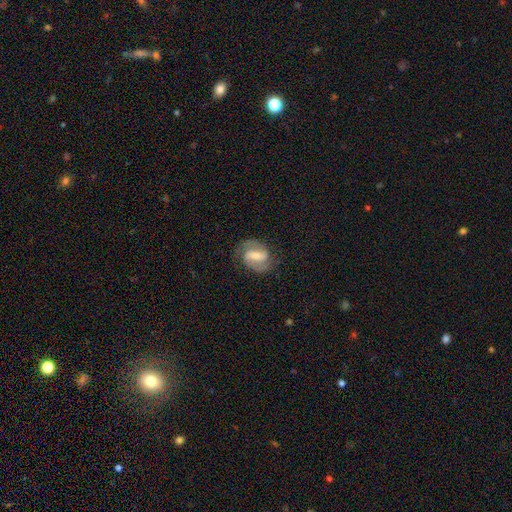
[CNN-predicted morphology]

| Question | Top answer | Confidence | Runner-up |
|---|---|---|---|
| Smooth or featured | featured or disk | 81% | smooth (13%) |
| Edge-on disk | no | 97% | yes (3%) |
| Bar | strong | 54% | weak (35%) |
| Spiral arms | yes | 94% | no (6%) |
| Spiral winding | medium | 54% | tight (29%) |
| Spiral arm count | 2 | 91% | can't tell (4%) |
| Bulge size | moderate | 42% | small (34%) |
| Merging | none | 78% | minor disturbance (14%) |